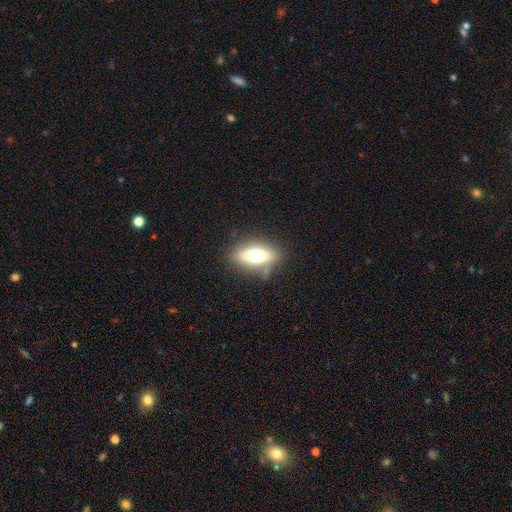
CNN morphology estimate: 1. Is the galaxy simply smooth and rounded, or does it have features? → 59% smooth, 33% featured or disk, 9% star or artifact.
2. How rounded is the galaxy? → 73% in between, 21% cigar-shaped, 6% round.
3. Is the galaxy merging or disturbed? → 77% none, 14% minor disturbance, 5% major disturbance, 4% merger.